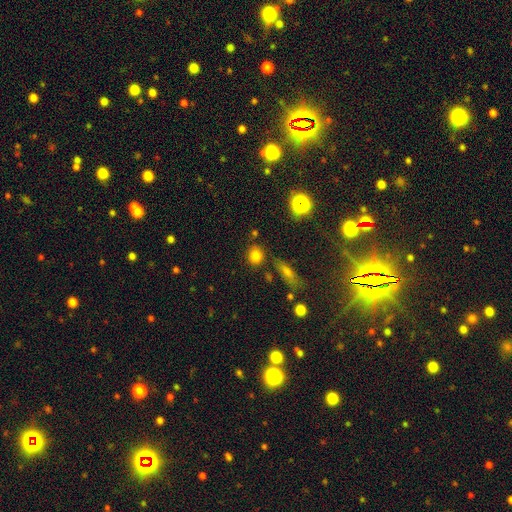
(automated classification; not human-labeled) smooth-or-featured: smooth: 78% | star or artifact: 15% | featured or disk: 7%
  how-rounded: round: 78% | in between: 20% | cigar-shaped: 3%
  merging: none: 79% | minor disturbance: 11% | merger: 7% | major disturbance: 3%